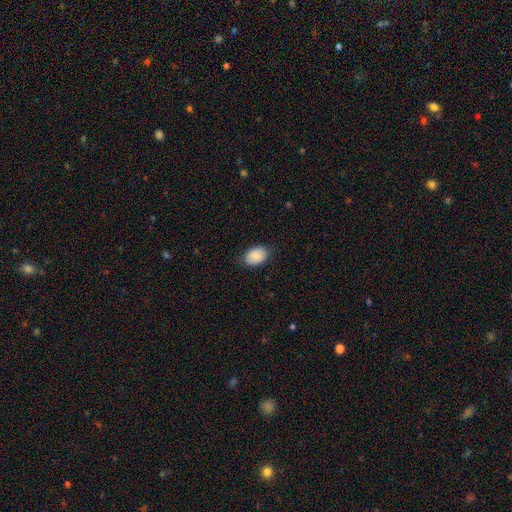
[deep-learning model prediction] smooth 90%, star or artifact 7%, featured or disk 4%. Down the decision tree: how rounded — in between (82%); merging — none (81%).